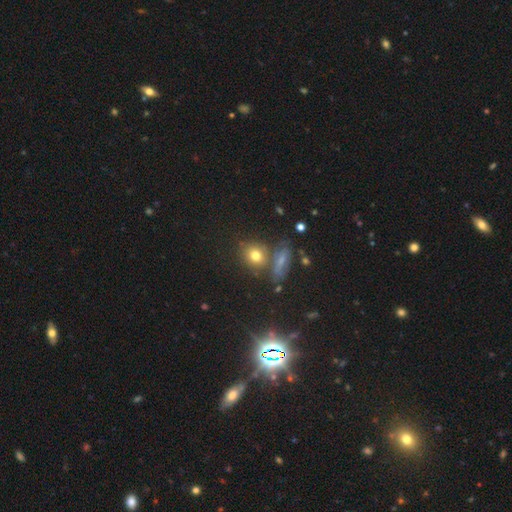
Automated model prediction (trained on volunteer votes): Smooth or featured? smooth (72%)
How rounded? round (68%)
Merging? none (64%)